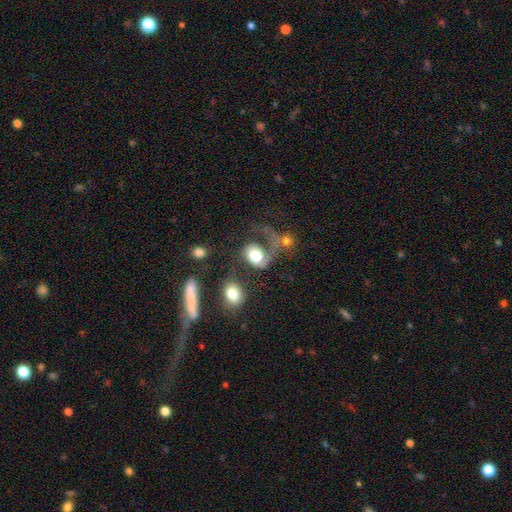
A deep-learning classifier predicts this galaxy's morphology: featured or disk 49%, smooth 43%, star or artifact 8%. Down the decision tree: merging — major disturbance (43%).